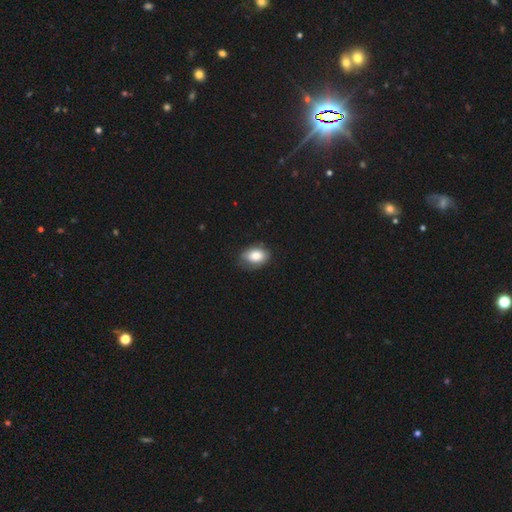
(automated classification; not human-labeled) Q: Smooth or featured?
A: smooth (83%); runner-up: featured or disk (9%)
Q: How rounded?
A: in between (79%); runner-up: round (19%)
Q: Merging?
A: none (73%); runner-up: minor disturbance (22%)